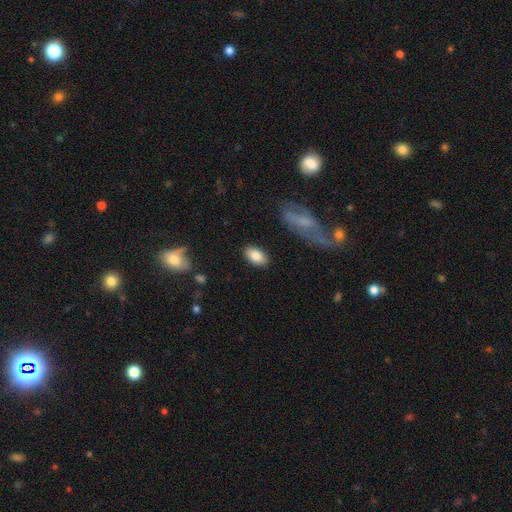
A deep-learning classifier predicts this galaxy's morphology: smooth 83%, featured or disk 10%, star or artifact 7%. Down the decision tree: how rounded — in between (92%); merging — none (86%).